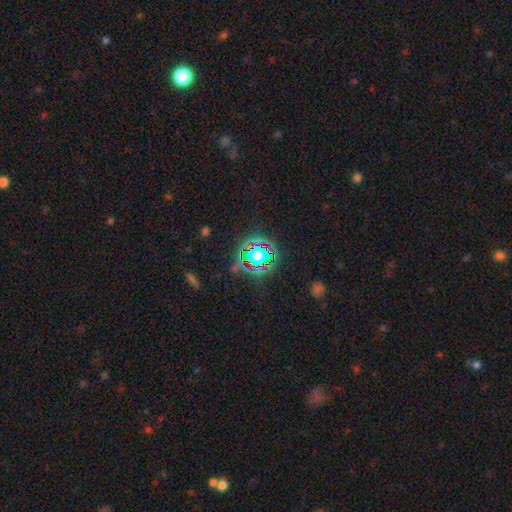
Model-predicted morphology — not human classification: A star or artifact, not a galaxy (61%).